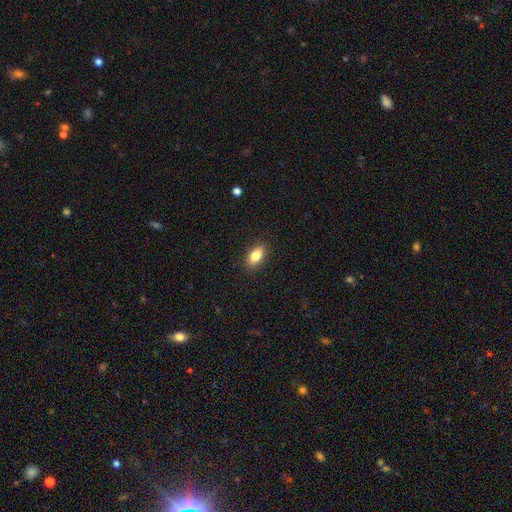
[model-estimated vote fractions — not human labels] This appears to be a smooth galaxy with no disk features (80%) that is in between round and cigar-shaped (86%). Merging: none (89%).